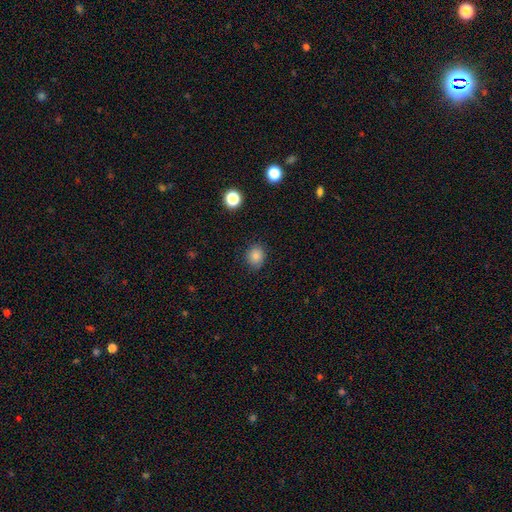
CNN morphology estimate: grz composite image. It shows a smooth galaxy with no disk features (84%) that is round (71%). Merging: none (84%).